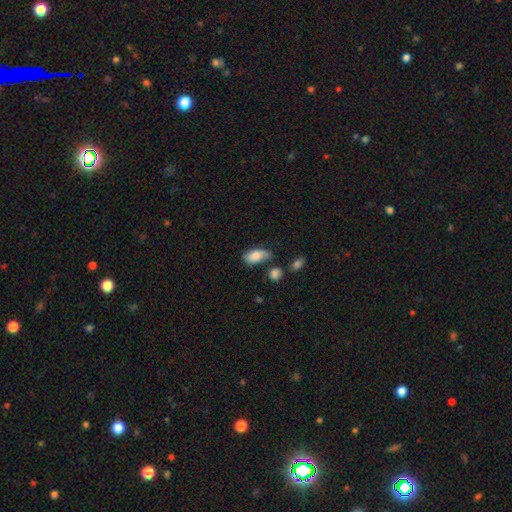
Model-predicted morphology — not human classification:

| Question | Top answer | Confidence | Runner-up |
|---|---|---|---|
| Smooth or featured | smooth | 79% | featured or disk (13%) |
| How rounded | in between | 91% | cigar-shaped (5%) |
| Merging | none | 43% | minor disturbance (33%) |